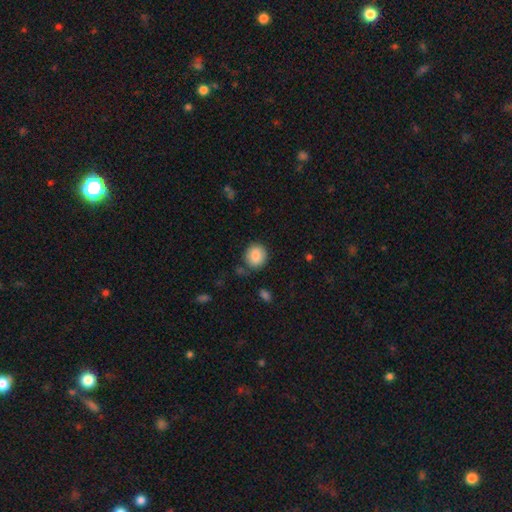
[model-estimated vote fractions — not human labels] Smooth or featured?
  - smooth: 87% *
  - star or artifact: 8%
  - featured or disk: 5%
How rounded?
  - round: 81% *
  - in between: 18%
  - cigar-shaped: 1%
Merging?
  - none: 82% *
  - minor disturbance: 11%
  - major disturbance: 3%
  - merger: 3%